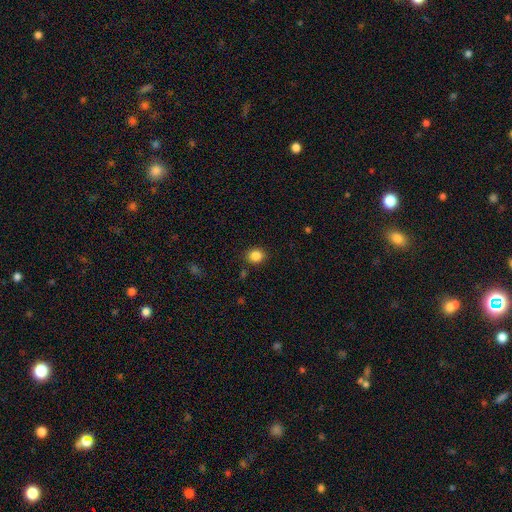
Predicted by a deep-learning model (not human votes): Overall: smooth (85%). How rounded: round (71%). Merging: none (86%).